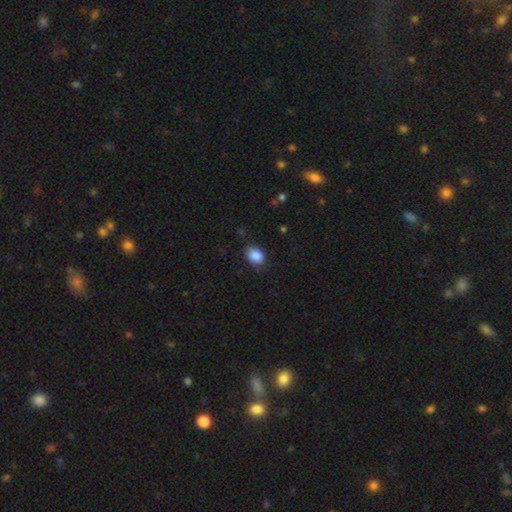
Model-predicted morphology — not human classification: type=smooth (87%); roundness=in between (69%); merging=none (79%).